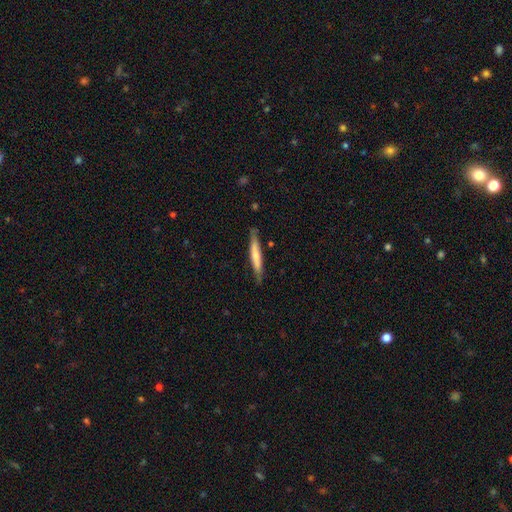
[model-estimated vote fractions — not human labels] Smooth or featured?
  - smooth: 61% *
  - featured or disk: 34%
  - star or artifact: 5%
How rounded?
  - cigar-shaped: 93% *
  - in between: 6%
  - round: 1%
Merging?
  - none: 80% *
  - minor disturbance: 16%
  - major disturbance: 2%
  - merger: 2%